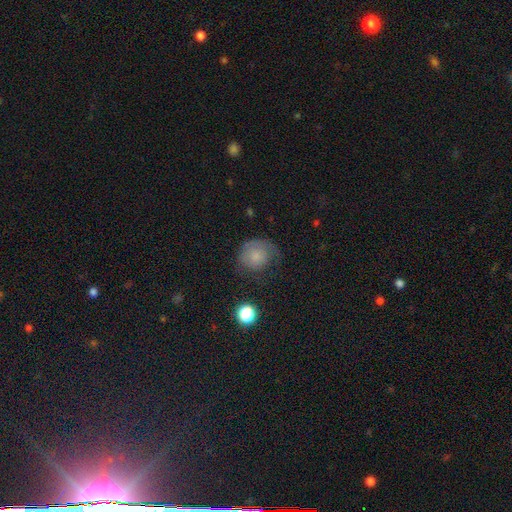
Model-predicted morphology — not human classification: Smooth or featured: smooth — 63% (featured or disk — 26%)
How rounded: round — 76% (in between — 23%)
Merging: none — 47% (minor disturbance — 29%)